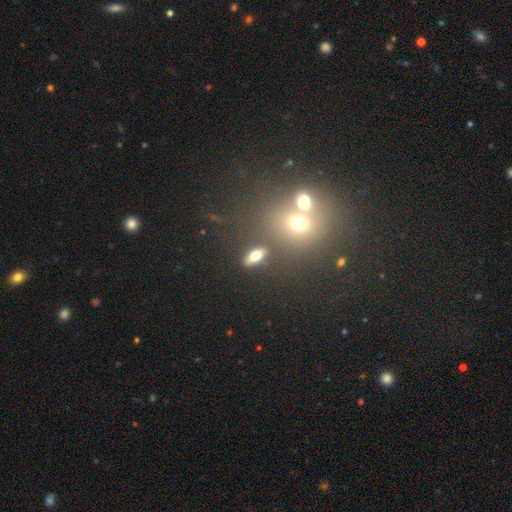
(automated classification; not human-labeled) A smooth galaxy with no disk features (73%) that is in between round and cigar-shaped (74%).

Vote fractions:
- Smooth or featured? smooth: 73% / featured or disk: 14% / star or artifact: 13%
- How rounded? in between: 74% / cigar-shaped: 17% / round: 10%
- Merging? none: 80% / minor disturbance: 9% / merger: 7% / major disturbance: 4%